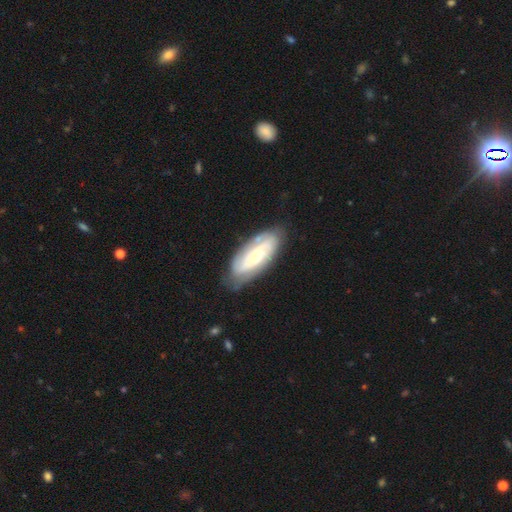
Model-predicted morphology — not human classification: A featured or disk galaxy (68%) with no bar (59%), 2 (42%) tight (58%) spiral arms (86%) and a small central bulge (56%). Merging: none (75%).